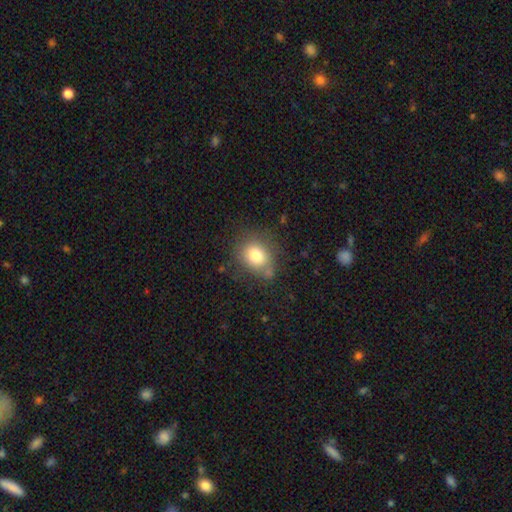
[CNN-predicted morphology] Smooth or featured? Predicted: smooth (p=0.78). How rounded? Predicted: round (p=0.60). Merging? Predicted: none (p=0.70).